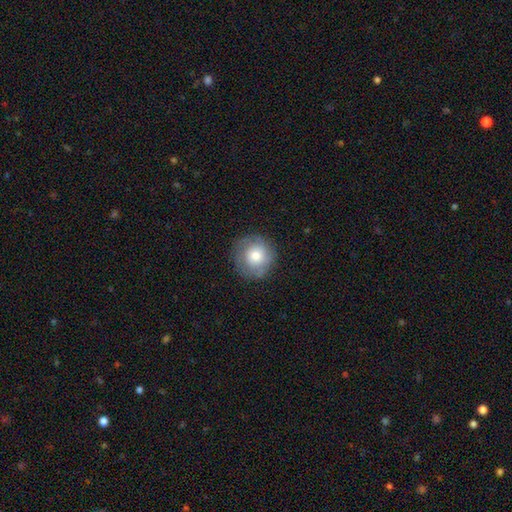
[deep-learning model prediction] Smooth or featured: smooth — 62% (featured or disk — 29%)
How rounded: round — 92% (in between — 7%)
Merging: none — 79% (minor disturbance — 15%)